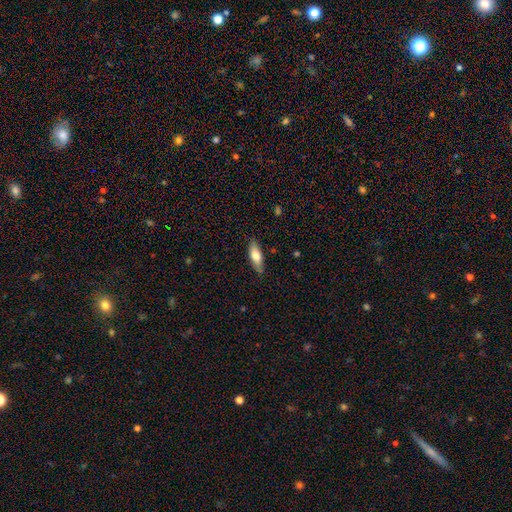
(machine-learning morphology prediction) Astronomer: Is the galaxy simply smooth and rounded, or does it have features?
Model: smooth — 70%.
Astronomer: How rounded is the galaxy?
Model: in between — 63%.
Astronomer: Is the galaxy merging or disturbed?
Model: none — 84%.